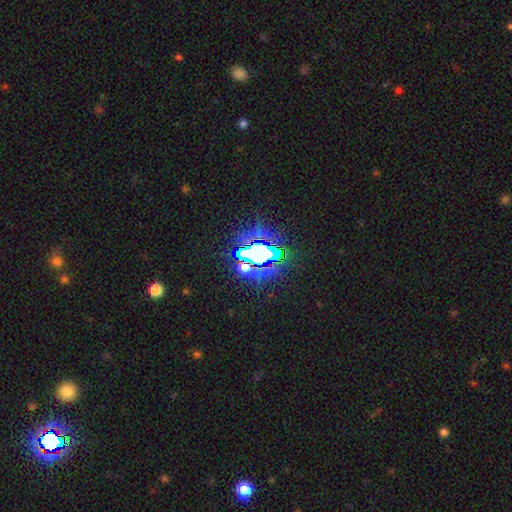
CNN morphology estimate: The model was most divided on "smooth or featured": star or artifact: 70%, smooth: 18%, featured or disk: 12%.